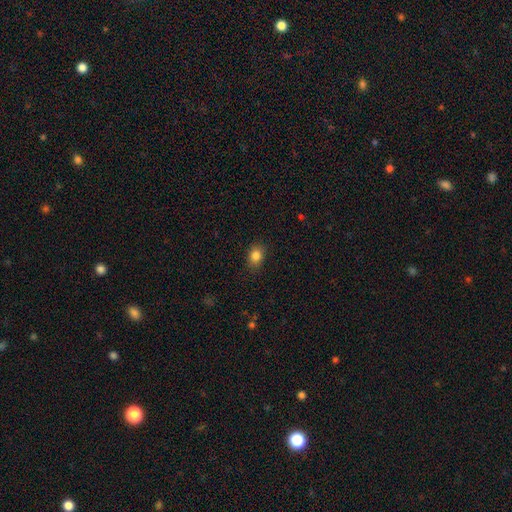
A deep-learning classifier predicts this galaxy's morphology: Smooth or featured: smooth — 84% (star or artifact — 11%)
How rounded: in between — 54% (round — 45%)
Merging: none — 85% (minor disturbance — 11%)